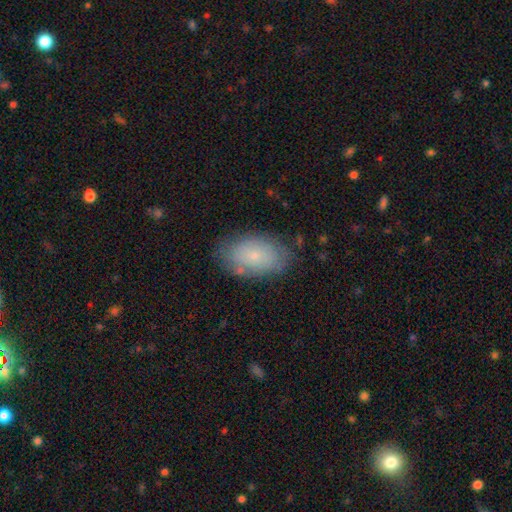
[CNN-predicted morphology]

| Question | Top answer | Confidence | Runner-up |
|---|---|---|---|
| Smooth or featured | smooth | 73% | featured or disk (20%) |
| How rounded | in between | 92% | round (7%) |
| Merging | none | 76% | minor disturbance (17%) |